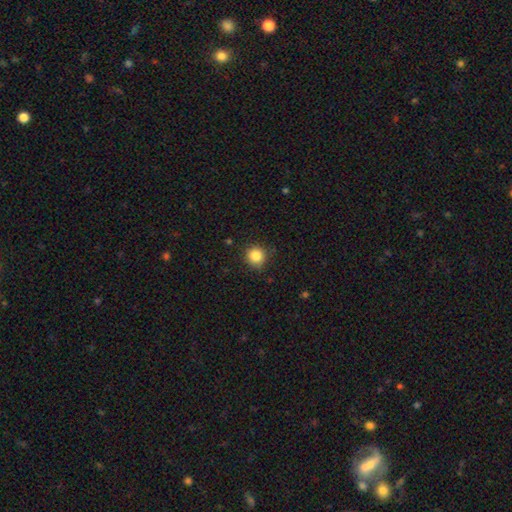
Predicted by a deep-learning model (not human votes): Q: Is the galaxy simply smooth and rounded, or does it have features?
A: smooth — 85%.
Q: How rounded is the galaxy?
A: round — 92%.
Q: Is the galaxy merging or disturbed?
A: none — 85%.